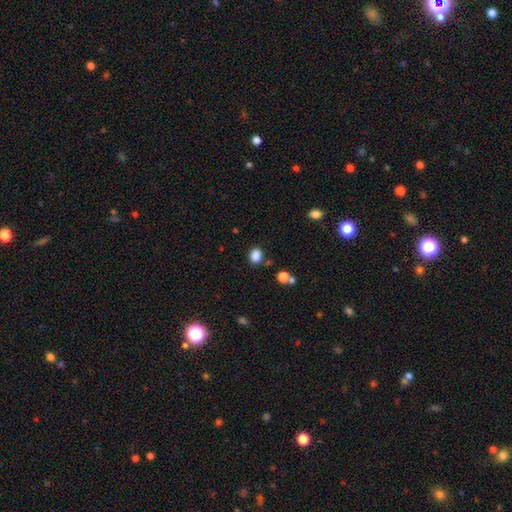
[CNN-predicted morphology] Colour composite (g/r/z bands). It shows a smooth galaxy with no disk features (85%) that is in between round and cigar-shaped (58%). Merging: none (76%).